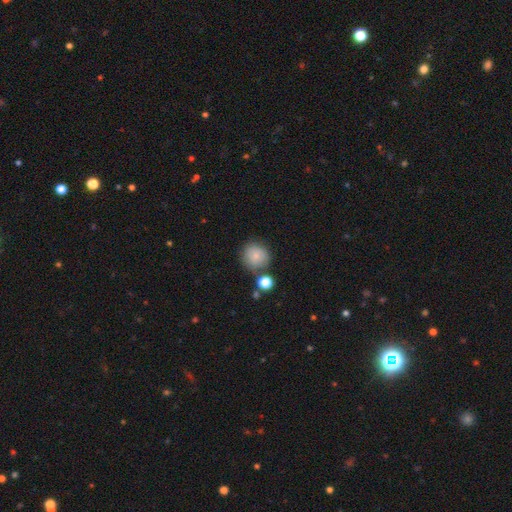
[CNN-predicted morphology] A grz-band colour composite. It shows a smooth galaxy with no disk features (80%) that is round (90%). Merging: none (69%).